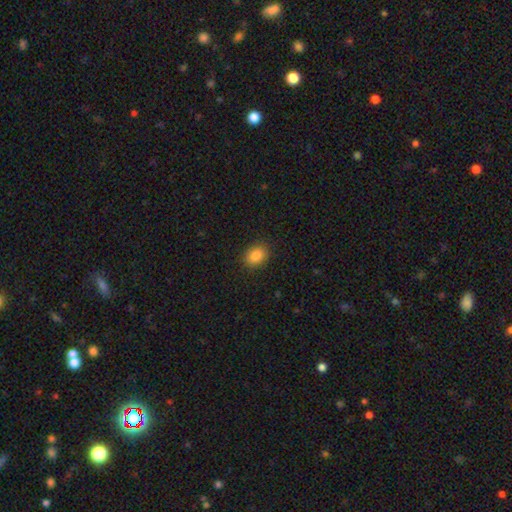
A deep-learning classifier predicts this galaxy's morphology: This appears to be a smooth galaxy with no disk features (87%) that is in between round and cigar-shaped (63%). Merging: none (88%).